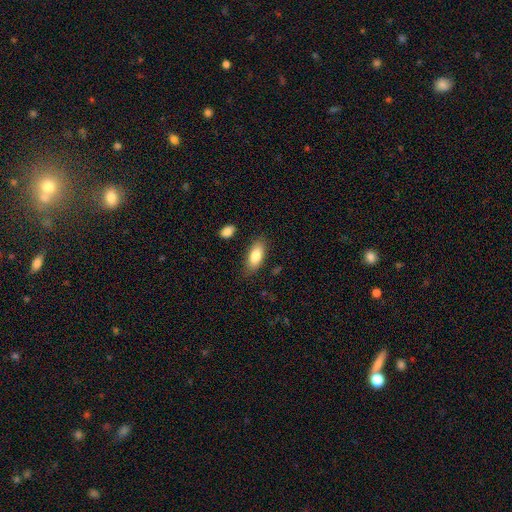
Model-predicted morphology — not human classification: The model was most divided on "merging": none: 81%, minor disturbance: 14%, major disturbance: 3%, merger: 2%. More confident: how rounded — in between (85%); smooth or featured — smooth (84%).